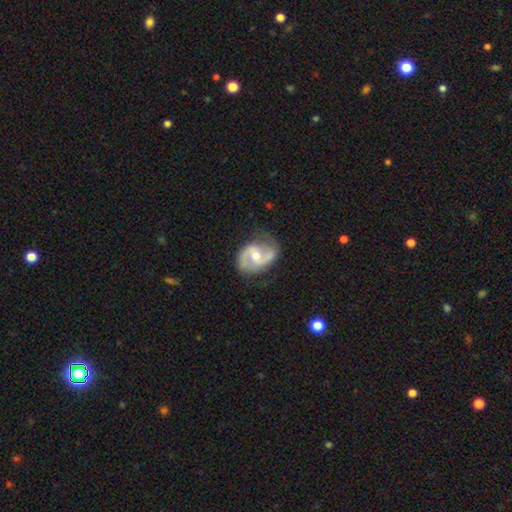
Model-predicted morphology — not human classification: smooth-or-featured: featured or disk: 83% | smooth: 12% | star or artifact: 5%
  disk-edge-on: no: 98% | yes: 2%
    bar: weak: 49% | no: 34% | strong: 17%
    has-spiral-arms: yes: 94% | no: 6%
      spiral-winding: medium: 51% | loose: 32% | tight: 17%
      spiral-arm-count: 2: 90% | can't tell: 4% | 1: 2% | 3: 1% | 4: 1% | more than 4: 1%
    bulge-size: moderate: 66% | small: 28% | large: 4% | none: 1% | dominant: 1%
  merging: none: 71% | minor disturbance: 21% | major disturbance: 7% | merger: 2%